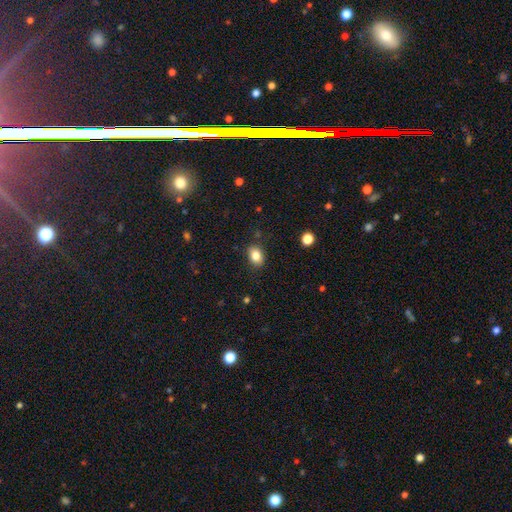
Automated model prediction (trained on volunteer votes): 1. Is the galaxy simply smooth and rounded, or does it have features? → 85% smooth, 10% star or artifact, 6% featured or disk.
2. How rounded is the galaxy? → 70% in between, 28% round, 1% cigar-shaped.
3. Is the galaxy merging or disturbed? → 85% none, 11% minor disturbance, 3% major disturbance, 2% merger.